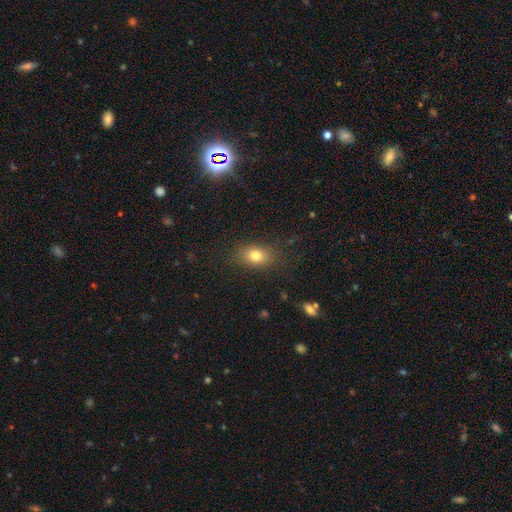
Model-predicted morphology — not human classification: smooth_or_featured: smooth (p=0.79) [alt: star or artifact p=0.12]
how_rounded: in between (p=0.69) [alt: round p=0.28]
merging: none (p=0.82) [alt: minor disturbance p=0.12]